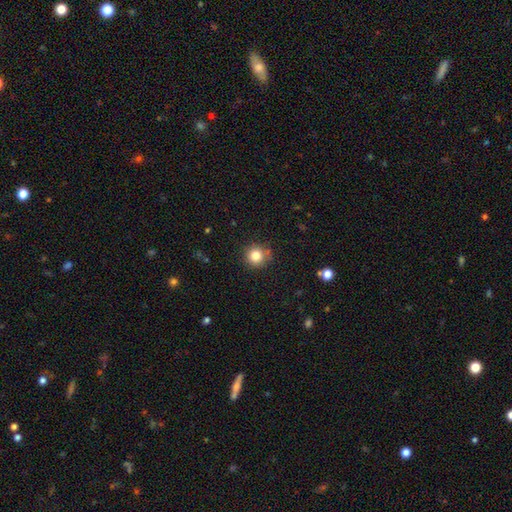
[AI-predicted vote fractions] This is clearly a smooth galaxy (82%). How rounded: clearly round (94%). Merging: clearly none (82%).